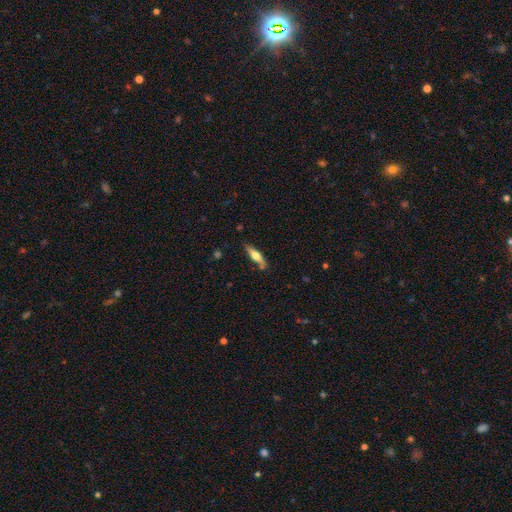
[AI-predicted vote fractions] Overall: smooth (48%; featured or disk 46%). Merging: none (76%).